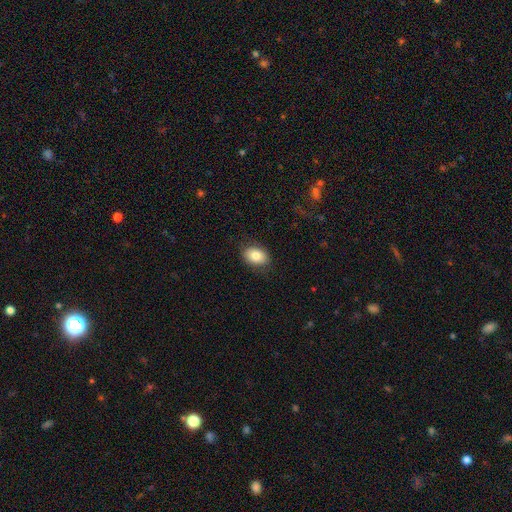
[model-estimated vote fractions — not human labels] Smooth or featured? Predicted: smooth (p=0.82). How rounded? Predicted: in between (p=0.78). Merging? Predicted: none (p=0.84).